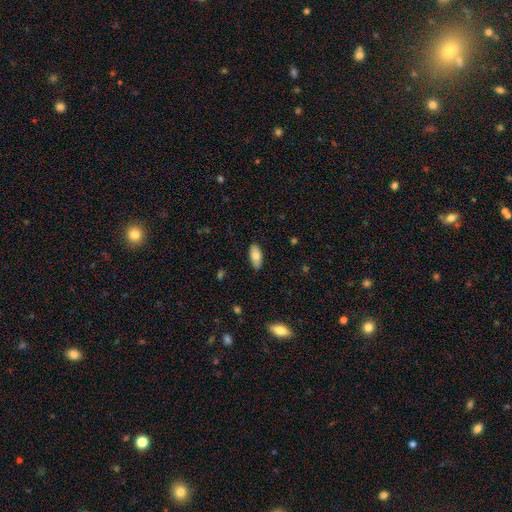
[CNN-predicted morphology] Overall: smooth (79%). How rounded: in between (86%). Merging: none (87%).